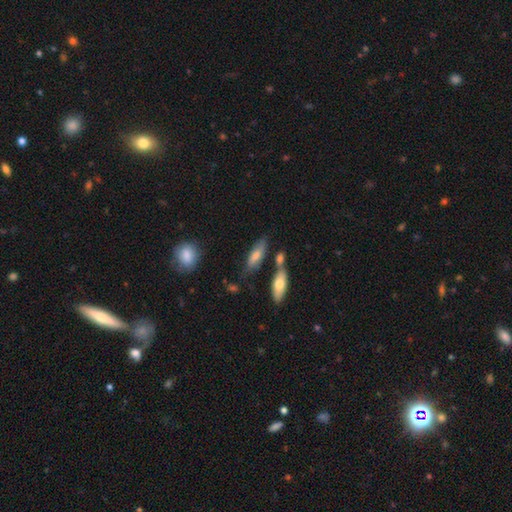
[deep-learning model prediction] Smooth or featured?
  - smooth: 73% *
  - featured or disk: 21%
  - star or artifact: 7%
How rounded?
  - in between: 65% *
  - cigar-shaped: 32%
  - round: 2%
Merging?
  - none: 61% *
  - minor disturbance: 18%
  - merger: 15%
  - major disturbance: 5%